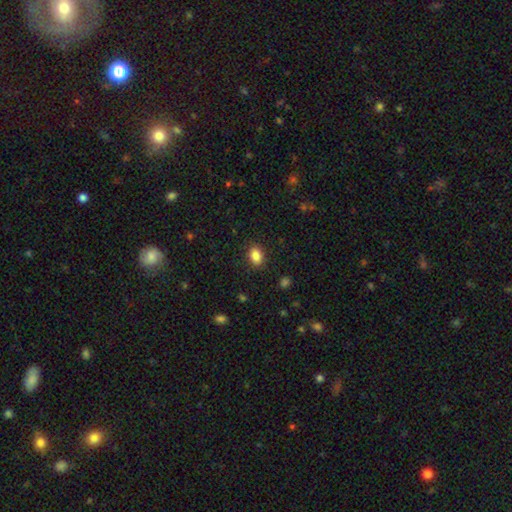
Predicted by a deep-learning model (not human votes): The model was most divided on "how rounded": in between: 80%, round: 19%, cigar-shaped: 1%. More confident: merging — none (88%); smooth or featured — smooth (87%).